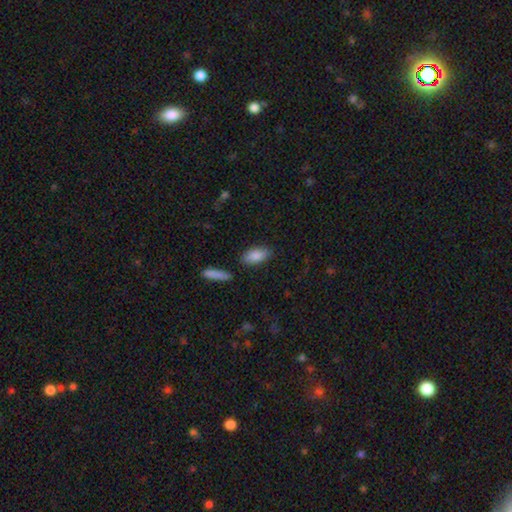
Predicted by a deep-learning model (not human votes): Overall: smooth (86%). How rounded: in between (88%). Merging: none (83%).